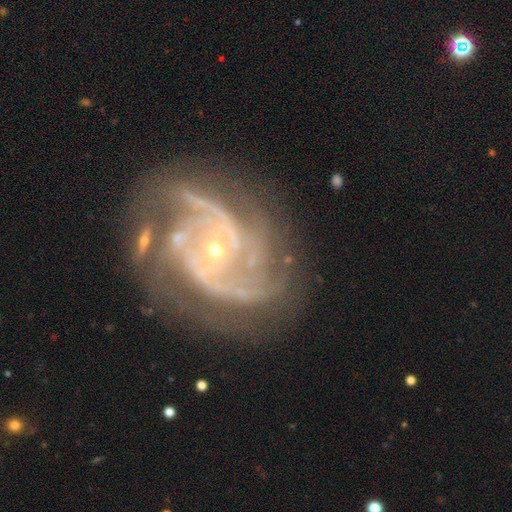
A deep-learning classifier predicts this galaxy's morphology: This is clearly a featured or disk galaxy (91%). It is clearly not viewed edge-on (98%). Bar: possibly no (58%). Spiral arm pattern: clearly yes (98%). Spiral arm count: marginally 3 (30%). Spiral winding: possibly medium (45%, tied with tight). Central bulge: clearly small (84%). Merging: likely none (60%).